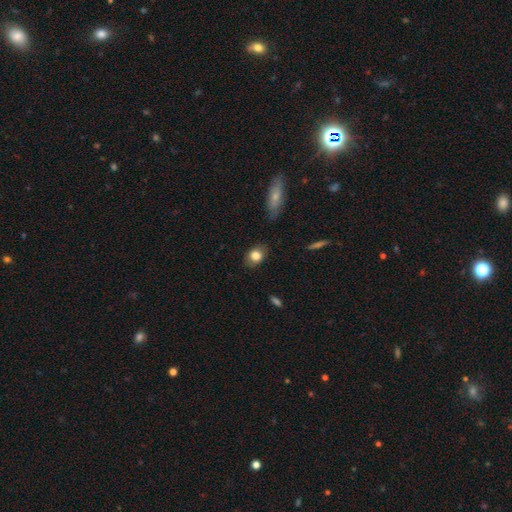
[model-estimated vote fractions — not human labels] Smooth or featured?
  - smooth: 79% *
  - featured or disk: 12%
  - star or artifact: 9%
How rounded?
  - in between: 63% *
  - round: 36%
  - cigar-shaped: 2%
Merging?
  - none: 82% *
  - minor disturbance: 14%
  - major disturbance: 3%
  - merger: 1%